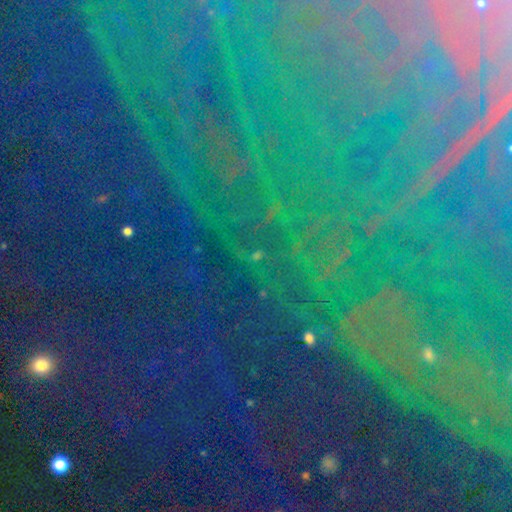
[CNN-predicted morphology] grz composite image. It shows a star or artifact, not a galaxy (83%).